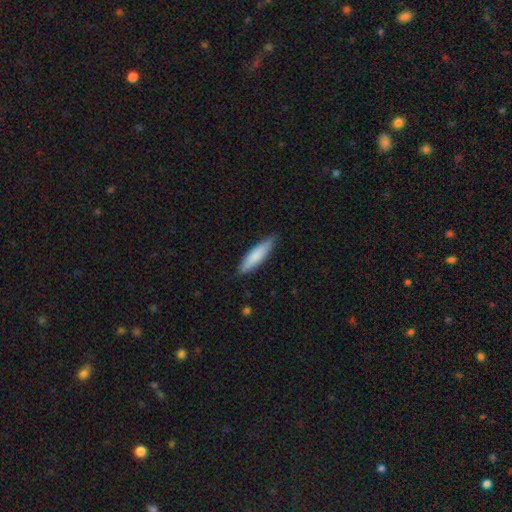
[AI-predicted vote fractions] Overall: smooth (79%). How rounded: cigar-shaped (76%). Merging: none (80%).